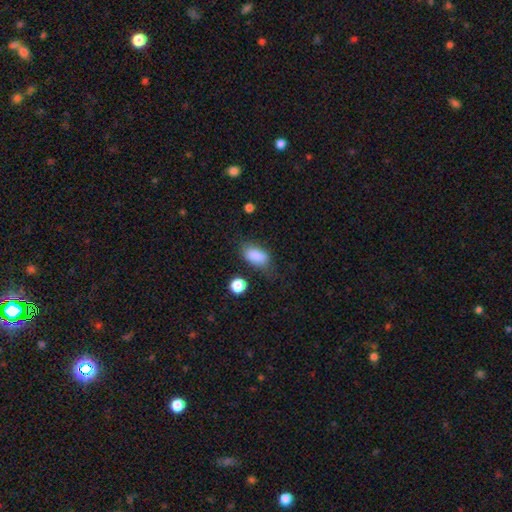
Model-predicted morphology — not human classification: A smooth galaxy with no disk features (85%) that is in between round and cigar-shaped (88%).

Vote fractions:
- Smooth or featured? smooth: 85% / star or artifact: 9% / featured or disk: 6%
- How rounded? in between: 88% / round: 7% / cigar-shaped: 5%
- Merging? none: 61% / minor disturbance: 25% / major disturbance: 10% / merger: 4%